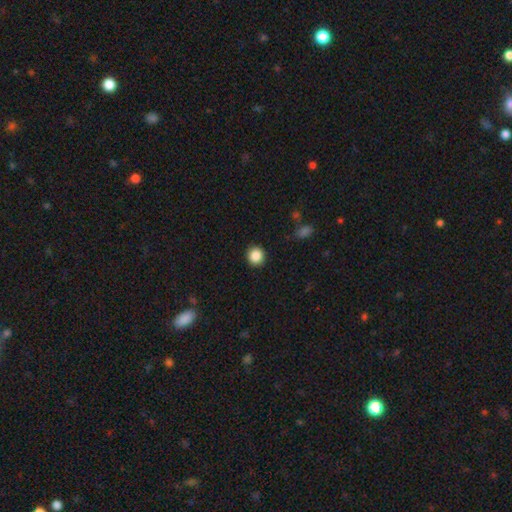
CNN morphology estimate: A smooth galaxy with no disk features (87%) that is round (91%). Merging: none (91%).